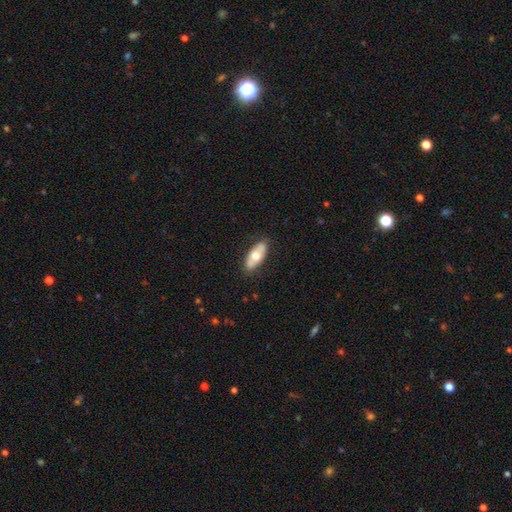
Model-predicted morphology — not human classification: Smooth or featured? smooth (59%)
How rounded? in between (85%)
Merging? none (84%)